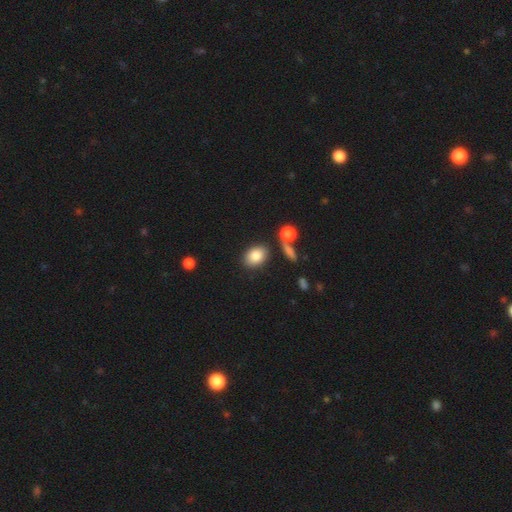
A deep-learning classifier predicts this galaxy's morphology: This appears to be a smooth galaxy with no disk features (83%) that is in between round and cigar-shaped (76%). Merging: none (78%).